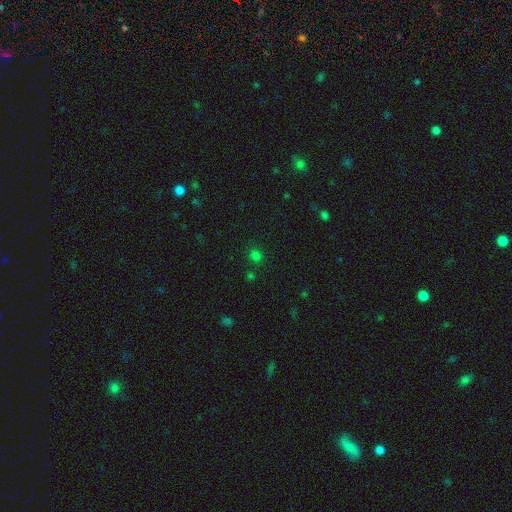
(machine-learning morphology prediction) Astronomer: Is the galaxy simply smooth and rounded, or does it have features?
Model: smooth — 73%.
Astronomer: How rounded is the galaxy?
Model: round — 84%.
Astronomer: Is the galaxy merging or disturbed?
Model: none — 85%.